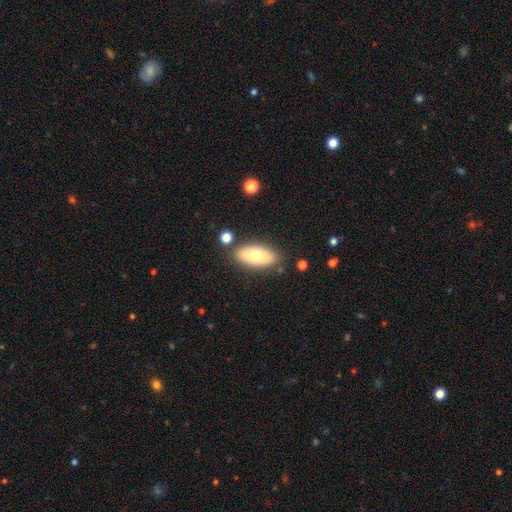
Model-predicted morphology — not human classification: This is likely a smooth galaxy (71%). How rounded: clearly in between (89%). Merging: clearly none (82%).